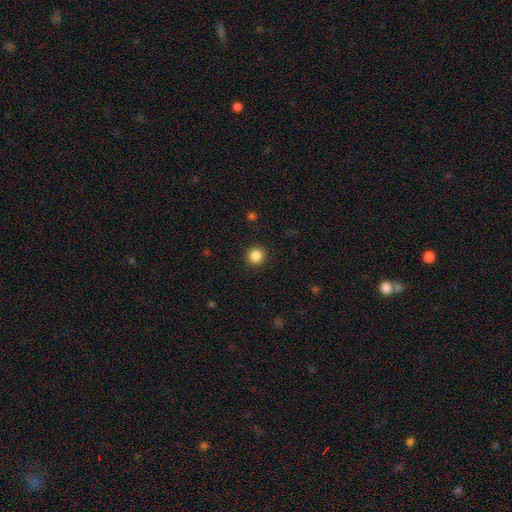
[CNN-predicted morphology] Q: Smooth or featured?
A: smooth (86%); runner-up: star or artifact (11%)
Q: How rounded?
A: round (93%); runner-up: in between (7%)
Q: Merging?
A: none (92%); runner-up: minor disturbance (5%)